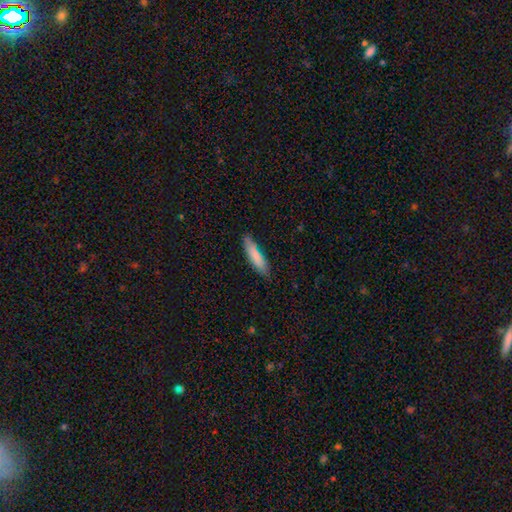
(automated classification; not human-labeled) A smooth galaxy with no disk features (83%) that is cigar-shaped (77%). Merging: none (81%).